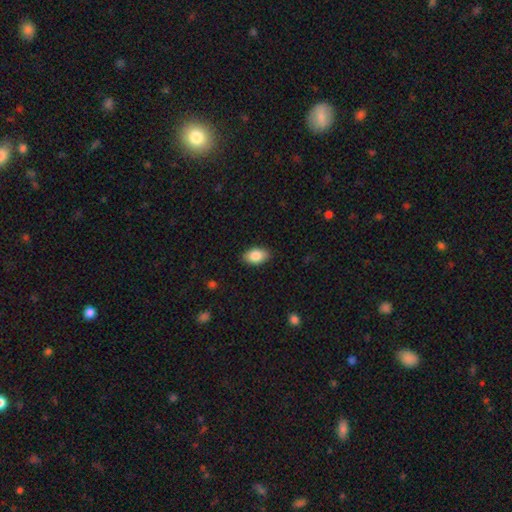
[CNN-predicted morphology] Overall: smooth (85%). How rounded: in between (91%). Merging: none (87%).